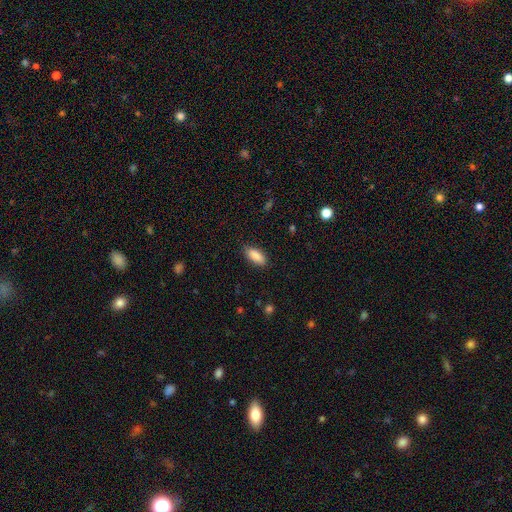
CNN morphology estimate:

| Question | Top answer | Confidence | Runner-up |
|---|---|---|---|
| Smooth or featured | smooth | 89% | star or artifact (6%) |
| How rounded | in between | 85% | cigar-shaped (13%) |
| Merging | none | 85% | minor disturbance (12%) |